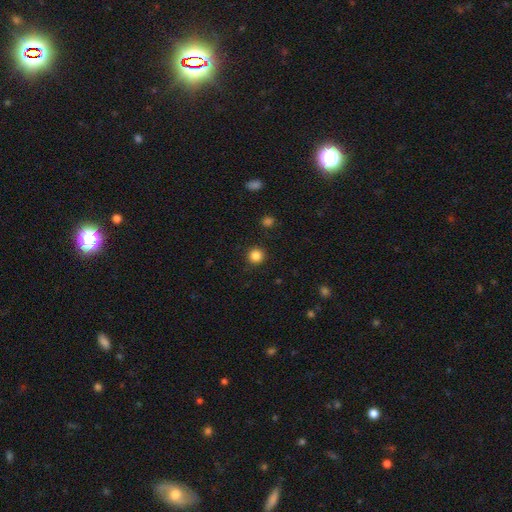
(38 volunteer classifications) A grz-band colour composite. It shows a smooth galaxy with no disk features (87%) that is round (88%). Merging: none (94%).